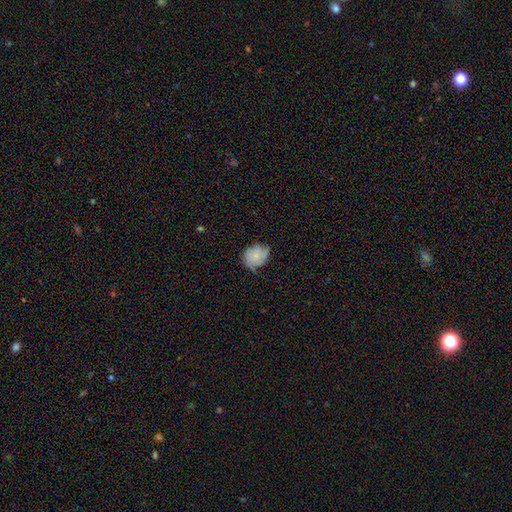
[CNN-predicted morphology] smooth 60%, featured or disk 32%, star or artifact 8%. Down the decision tree: how rounded — round (57%); merging — none (54%).